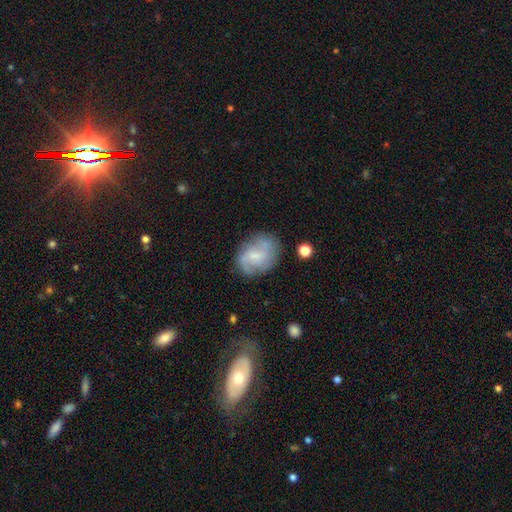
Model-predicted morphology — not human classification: The model was most divided on "bar" (2-way tie): weak: 46%, no: 46%, strong: 8%. More confident: edge-on disk — no (97%); spiral arms — yes (83%); merging — none (67%); smooth or featured — featured or disk (59%); bulge size — small (52%).